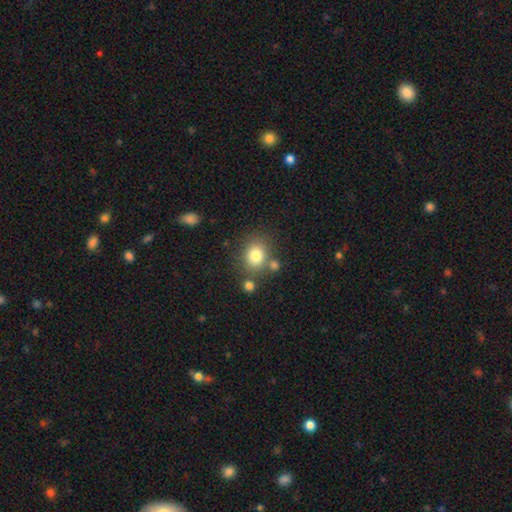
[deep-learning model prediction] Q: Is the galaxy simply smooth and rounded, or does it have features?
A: smooth — 80%.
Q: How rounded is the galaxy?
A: round — 63%.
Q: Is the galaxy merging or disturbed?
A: none — 69%.